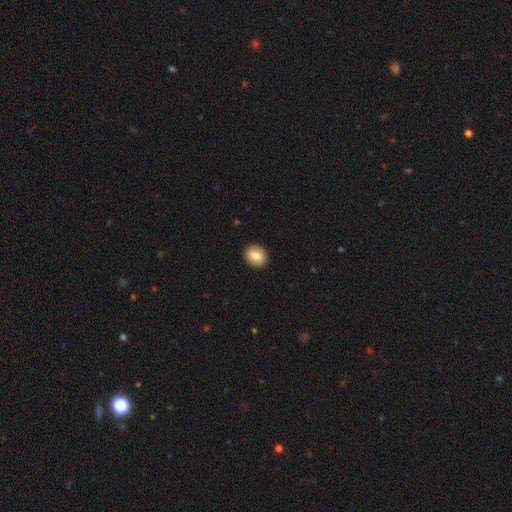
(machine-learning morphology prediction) smooth-or-featured: smooth: 82% | featured or disk: 10% | star or artifact: 8%
  how-rounded: round: 53% | in between: 46% | cigar-shaped: 1%
  merging: none: 91% | minor disturbance: 6% | major disturbance: 2% | merger: 1%